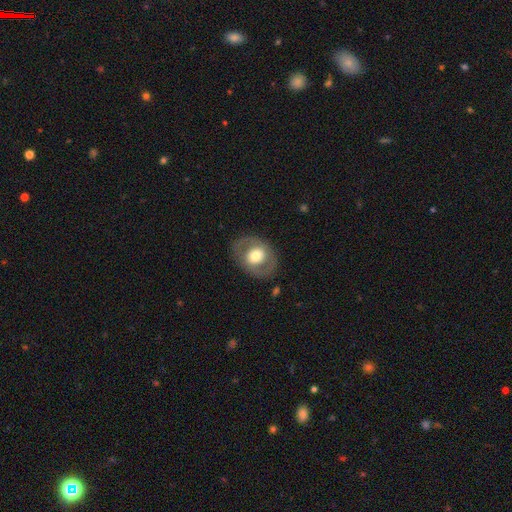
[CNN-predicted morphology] Q: Smooth or featured?
A: smooth (47%); tied with: featured or disk (47%)
Q: Merging?
A: none (80%); runner-up: minor disturbance (12%)